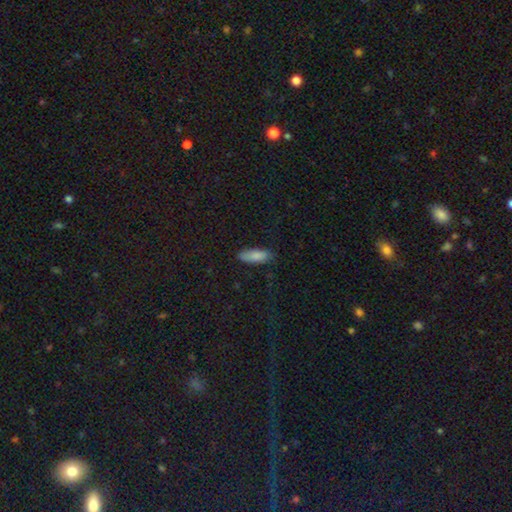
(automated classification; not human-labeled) smooth_or_featured: smooth (p=0.87) [alt: featured or disk p=0.07]
how_rounded: in between (p=0.72) [alt: cigar-shaped p=0.27]
merging: none (p=0.81) [alt: minor disturbance p=0.15]